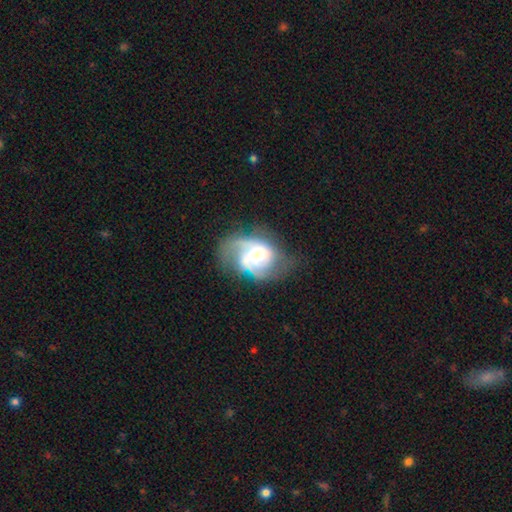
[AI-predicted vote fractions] Smooth or featured: featured or disk — 69% (smooth — 23%)
Edge-on disk: no — 97% (yes — 3%)
Bar: no — 72% (weak — 23%)
Spiral arms: yes — 77% (no — 23%)
Spiral winding: medium — 41% (tight — 30%)
Spiral arm count: 2 — 38% (can't tell — 26%)
Bulge size: moderate — 60% (large — 20%)
Merging: major disturbance — 35% (none — 32%)